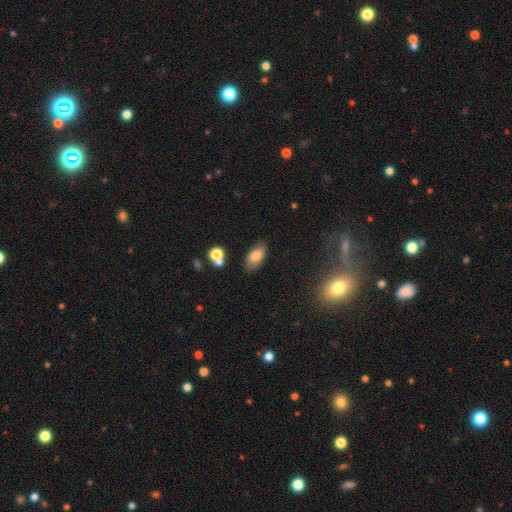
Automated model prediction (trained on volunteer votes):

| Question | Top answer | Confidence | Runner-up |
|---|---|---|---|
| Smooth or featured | smooth | 79% | featured or disk (12%) |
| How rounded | in between | 92% | round (4%) |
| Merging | none | 78% | minor disturbance (15%) |